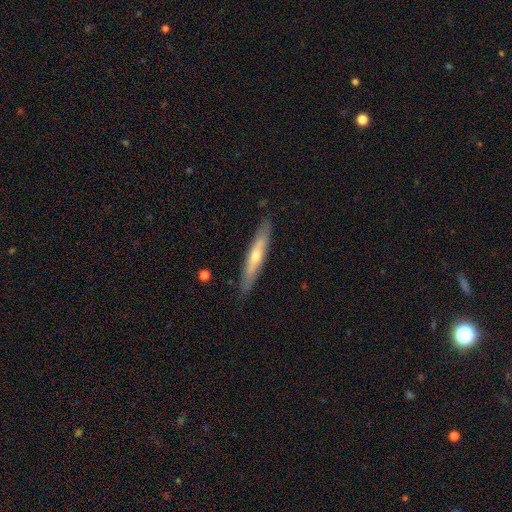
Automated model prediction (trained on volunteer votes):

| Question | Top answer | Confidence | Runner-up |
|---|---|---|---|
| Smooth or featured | featured or disk | 54% | smooth (40%) |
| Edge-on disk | yes | 85% | no (15%) |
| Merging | none | 87% | minor disturbance (10%) |